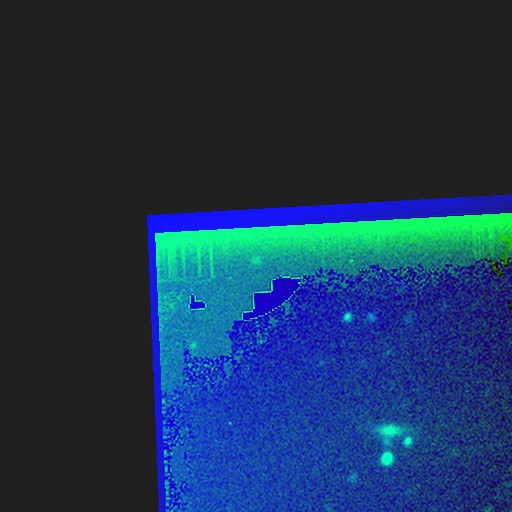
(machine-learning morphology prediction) Overall: star or artifact (89%).